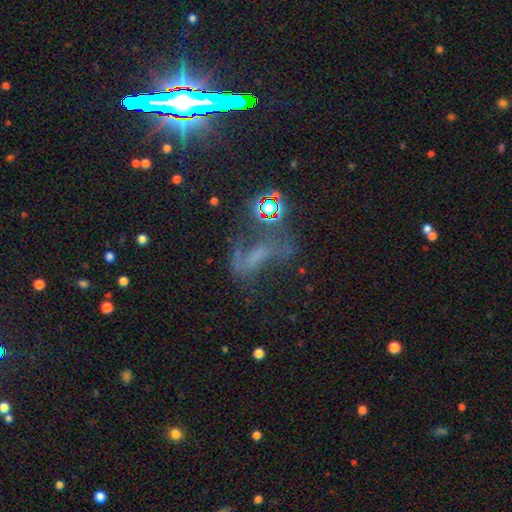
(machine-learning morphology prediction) A featured or disk galaxy (41%). Merging: none (37%).